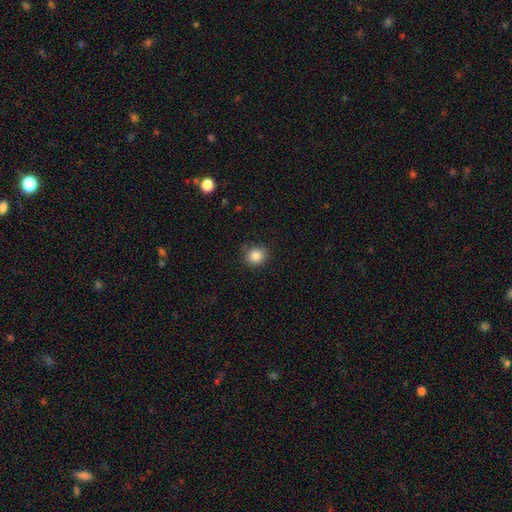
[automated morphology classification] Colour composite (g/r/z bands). It shows a smooth galaxy with no disk features (86%) that is round (80%). Merging: none (82%).